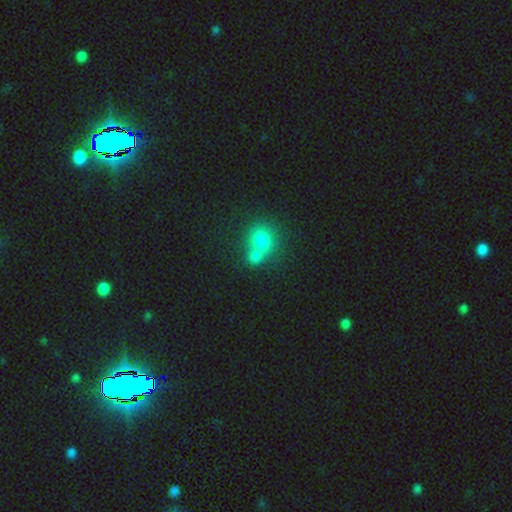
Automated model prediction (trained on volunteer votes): The model was most divided on "merging": merger: 54%, none: 36%, minor disturbance: 7%, major disturbance: 3%. More confident: how rounded — round (80%); smooth or featured — smooth (71%).